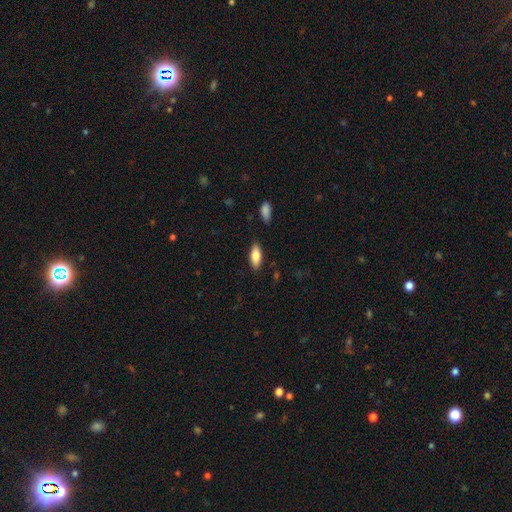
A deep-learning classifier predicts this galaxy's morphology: type=smooth (78%); roundness=in between (77%); merging=none (86%).